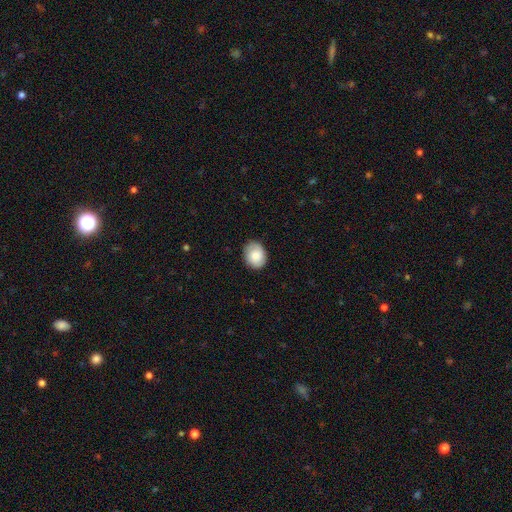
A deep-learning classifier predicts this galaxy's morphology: The model was most divided on "how rounded": in between: 52%, round: 47%, cigar-shaped: 1%. More confident: merging — none (82%); smooth or featured — smooth (79%).